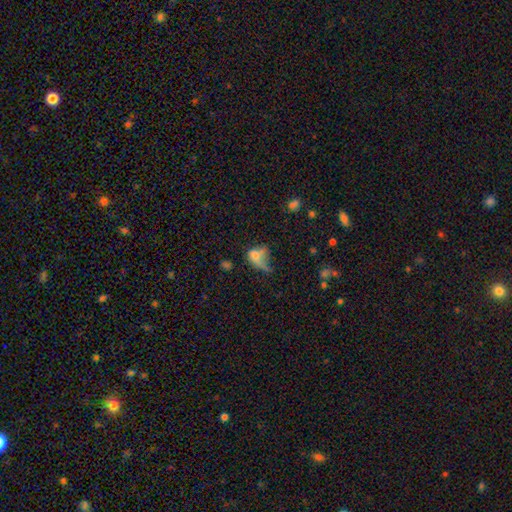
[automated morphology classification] A smooth galaxy with no disk features (61%) that is in between round and cigar-shaped (68%).

Vote fractions:
- Smooth or featured? smooth: 61% / featured or disk: 25% / star or artifact: 15%
- How rounded? in between: 68% / round: 28% / cigar-shaped: 4%
- Merging? major disturbance: 41% / minor disturbance: 22% / none: 21% / merger: 16%